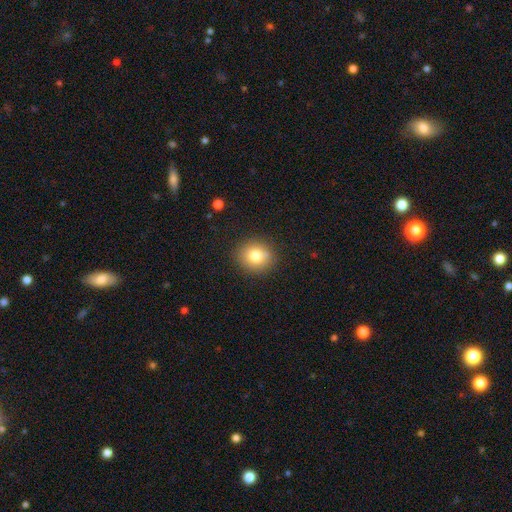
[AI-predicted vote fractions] A smooth galaxy with no disk features (79%) that is round (84%).

Vote fractions:
- Smooth or featured? smooth: 79% / star or artifact: 11% / featured or disk: 10%
- How rounded? round: 84% / in between: 15% / cigar-shaped: 1%
- Merging? none: 86% / minor disturbance: 9% / major disturbance: 3% / merger: 2%